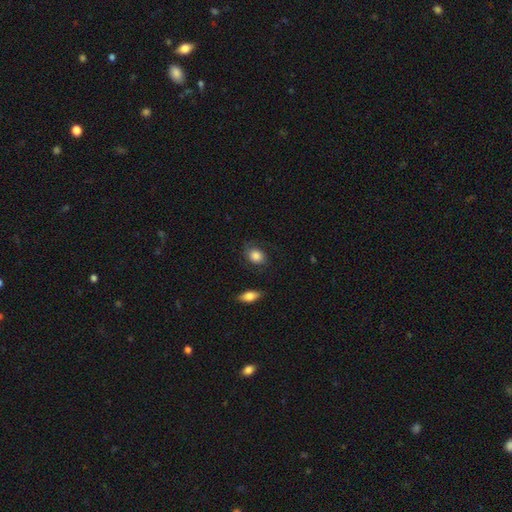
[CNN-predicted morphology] Smooth or featured: smooth — 81% (featured or disk — 12%)
How rounded: in between — 59% (round — 39%)
Merging: none — 67% (minor disturbance — 22%)